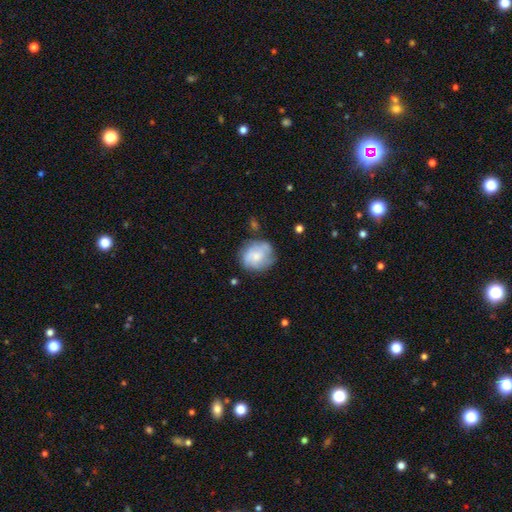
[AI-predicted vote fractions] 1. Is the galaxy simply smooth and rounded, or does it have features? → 54% smooth, 38% featured or disk, 8% star or artifact.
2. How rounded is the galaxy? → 74% round, 25% in between, 1% cigar-shaped.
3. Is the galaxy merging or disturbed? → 65% none, 23% minor disturbance, 9% major disturbance, 3% merger.